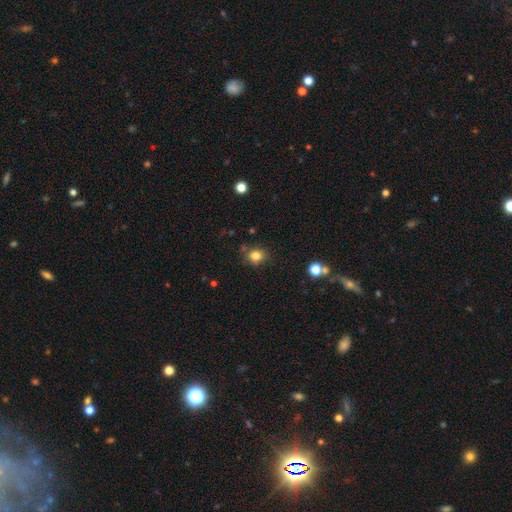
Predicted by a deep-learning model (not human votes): A smooth galaxy with no disk features (82%) that is round (72%).

Vote fractions:
- Smooth or featured? smooth: 82% / star or artifact: 12% / featured or disk: 6%
- How rounded? round: 72% / in between: 27% / cigar-shaped: 1%
- Merging? none: 79% / minor disturbance: 13% / merger: 4% / major disturbance: 4%